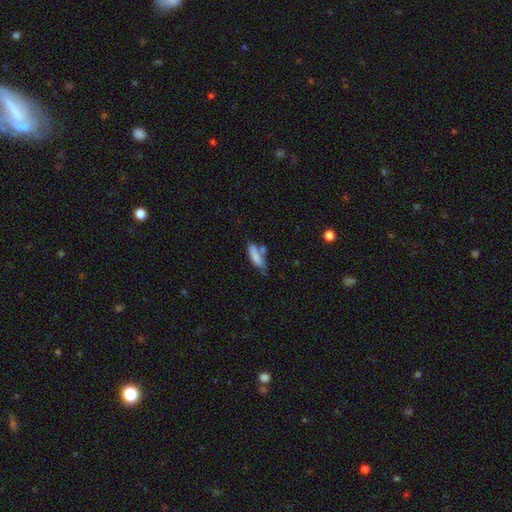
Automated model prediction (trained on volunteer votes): smooth 78%, featured or disk 15%, star or artifact 7%. Down the decision tree: how rounded — in between (51%); merging — none (48%).